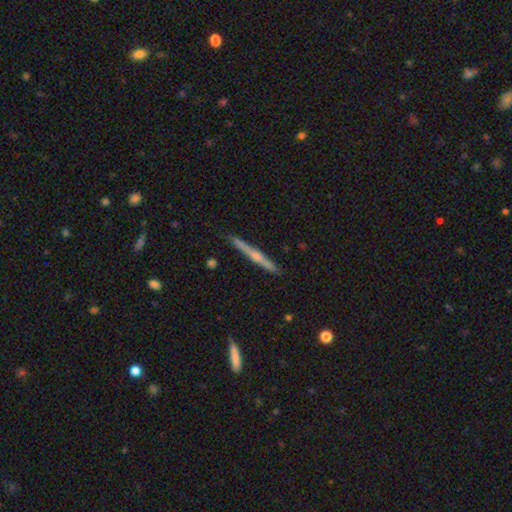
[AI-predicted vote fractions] The model was most divided on "smooth or featured": featured or disk: 69%, smooth: 25%, star or artifact: 6%. More confident: edge-on disk — yes (98%); merging — none (90%); edge-on bulge — rounded (70%).